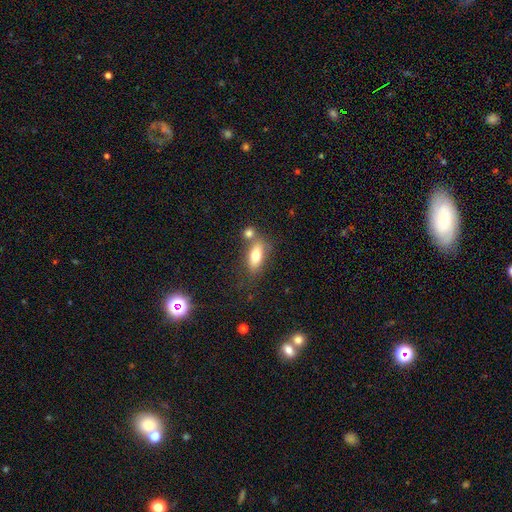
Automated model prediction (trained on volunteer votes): Smooth or featured: smooth — 73% (featured or disk — 19%)
How rounded: in between — 77% (cigar-shaped — 19%)
Merging: none — 56% (merger — 25%)